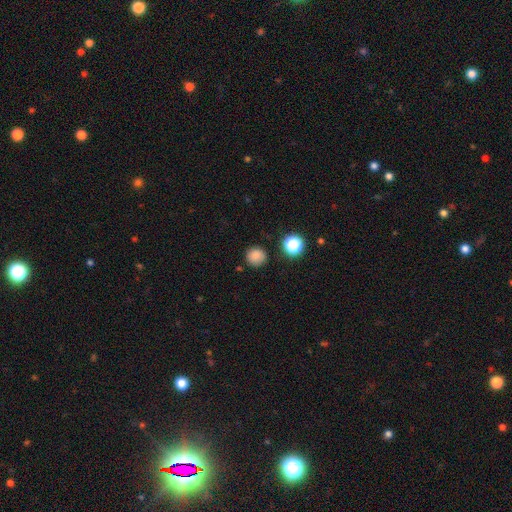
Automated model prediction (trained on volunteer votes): Smooth or featured? Predicted: smooth (p=0.82). How rounded? Predicted: round (p=0.92). Merging? Predicted: none (p=0.85).